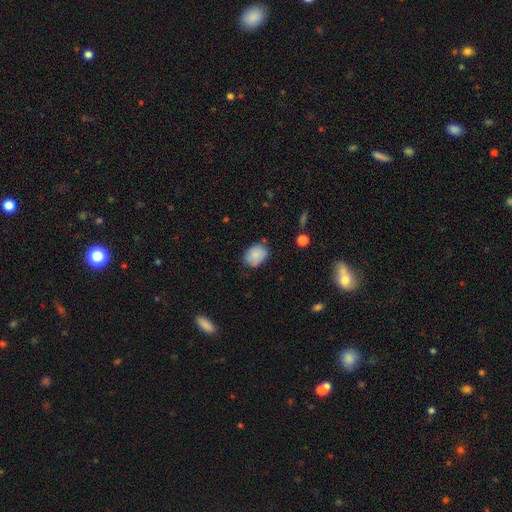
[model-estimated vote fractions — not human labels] Overall: smooth (83%). How rounded: in between (64%; round 35%). Merging: none (70%).